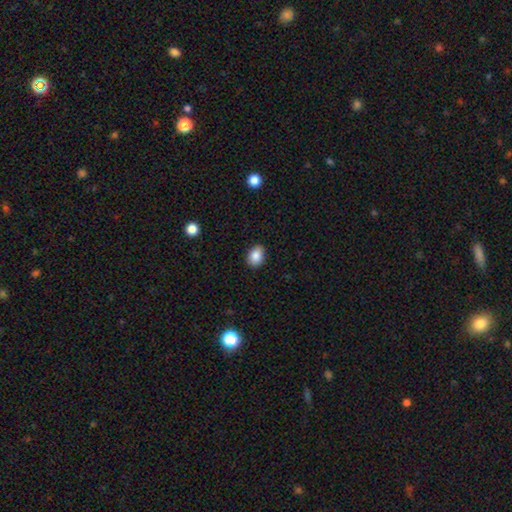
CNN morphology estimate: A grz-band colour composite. It shows a smooth galaxy with no disk features (86%) that is in between round and cigar-shaped (71%). Merging: none (84%).